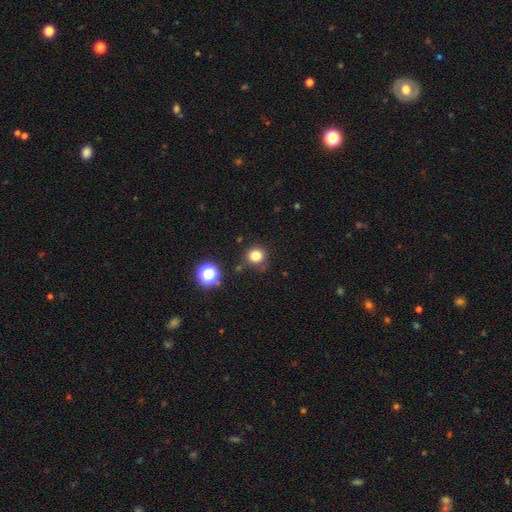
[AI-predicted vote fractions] smooth-or-featured: smooth: 79% | star or artifact: 16% | featured or disk: 6%
  how-rounded: round: 93% | in between: 7% | cigar-shaped: 1%
  merging: none: 82% | minor disturbance: 11% | merger: 4% | major disturbance: 3%